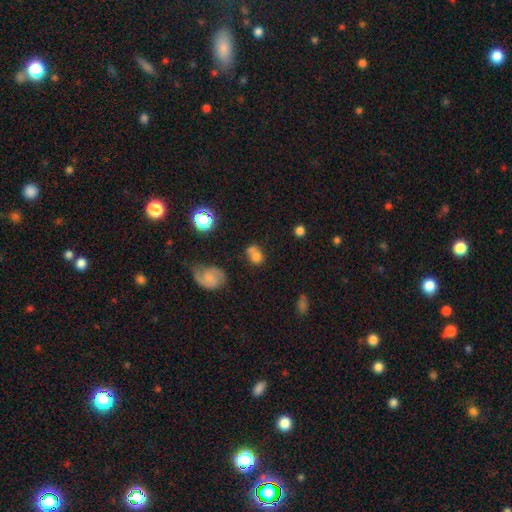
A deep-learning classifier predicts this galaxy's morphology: Smooth or featured?
  - smooth: 66% *
  - featured or disk: 21%
  - star or artifact: 13%
How rounded?
  - round: 54% *
  - in between: 45%
  - cigar-shaped: 2%
Merging?
  - none: 39% *
  - merger: 36%
  - minor disturbance: 16%
  - major disturbance: 9%